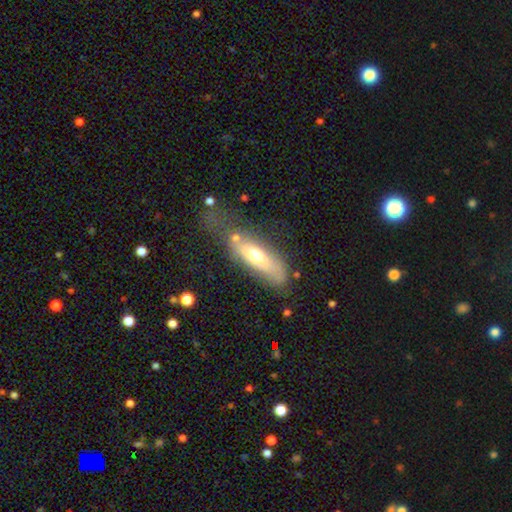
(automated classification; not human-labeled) Overall: smooth (57%; featured or disk 35%). How rounded: in between (52%; cigar-shaped 45%). Merging: none (41%; minor disturbance 25%).